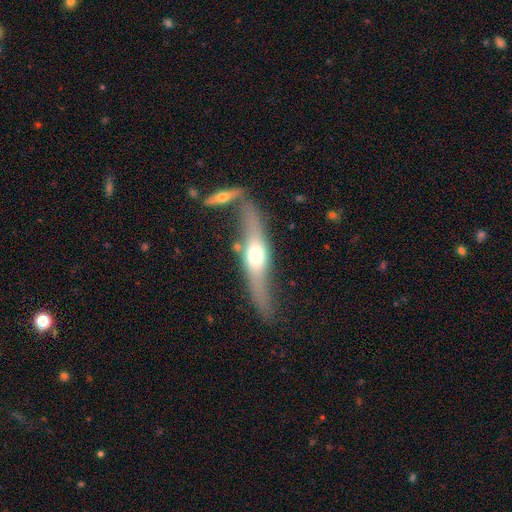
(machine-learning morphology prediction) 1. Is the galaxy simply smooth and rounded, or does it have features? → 62% featured or disk, 33% smooth, 6% star or artifact.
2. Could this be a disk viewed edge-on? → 80% yes, 20% no.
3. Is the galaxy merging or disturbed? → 56% none, 19% merger, 17% minor disturbance, 8% major disturbance.